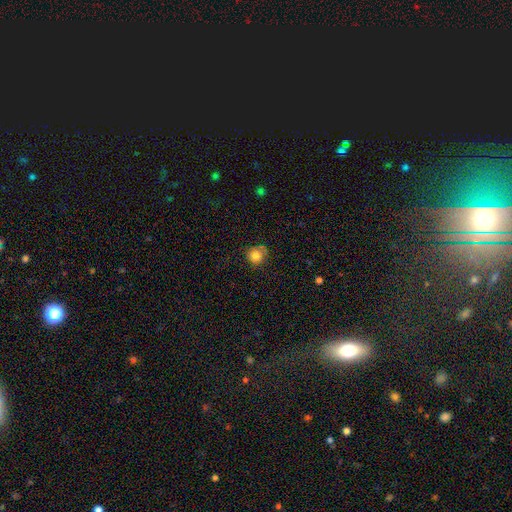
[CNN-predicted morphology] smooth 81%, star or artifact 11%, featured or disk 8%. Down the decision tree: how rounded — round (87%); merging — none (68%).